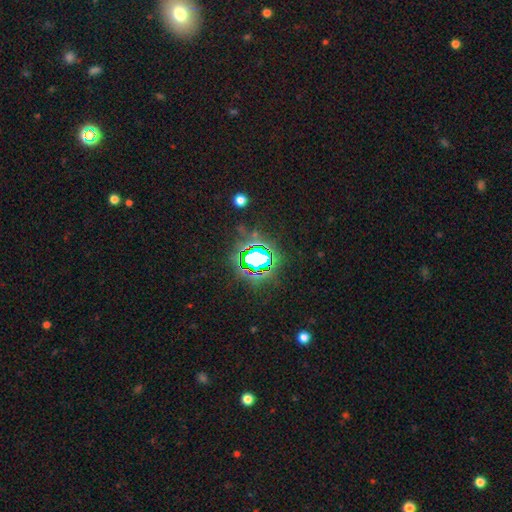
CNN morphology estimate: This is likely a star or artifact rather than a galaxy (75%).